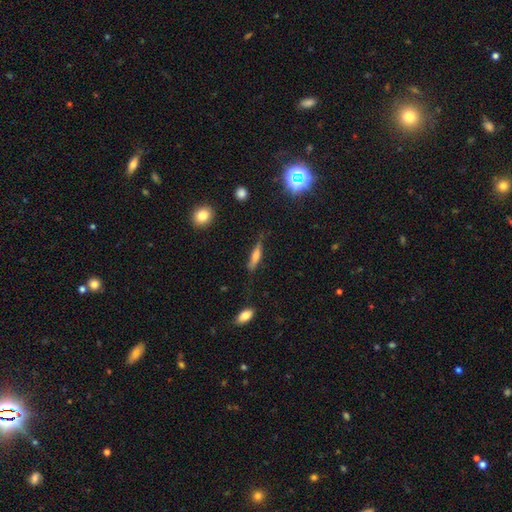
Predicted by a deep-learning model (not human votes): The model was most divided on "smooth or featured": smooth: 49%, featured or disk: 38%, star or artifact: 13%. More confident: merging — none (71%).